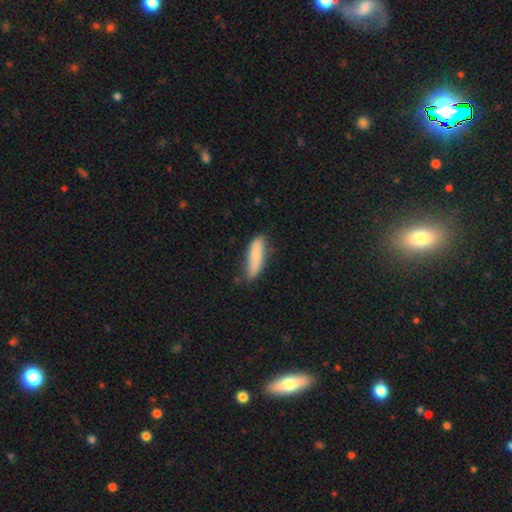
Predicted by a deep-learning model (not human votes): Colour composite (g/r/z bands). It shows a smooth galaxy with no disk features (79%) that is cigar-shaped (64%). Merging: none (63%).